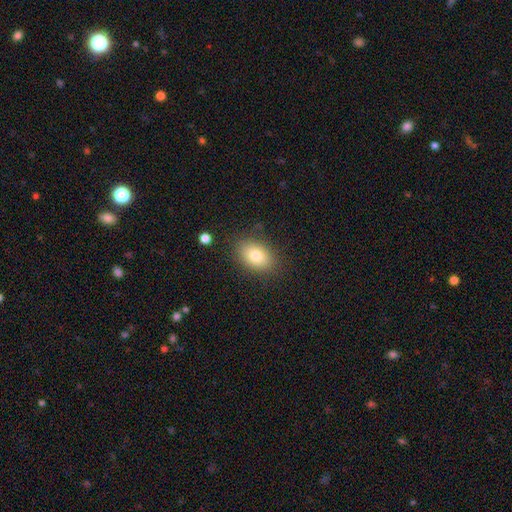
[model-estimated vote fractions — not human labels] This is likely a smooth galaxy (80%). How rounded: clearly in between (82%). Merging: clearly none (84%).